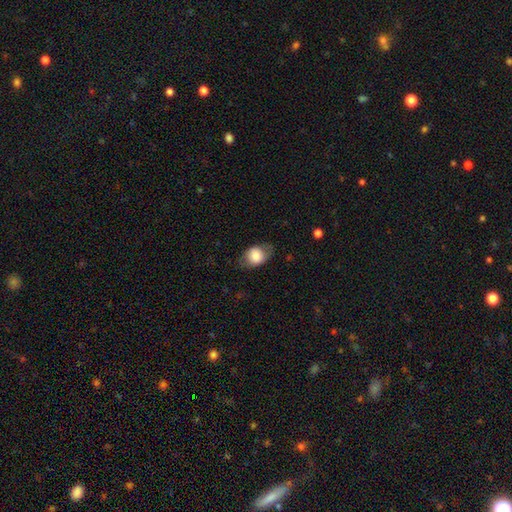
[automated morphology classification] Overall: smooth (75%). How rounded: in between (65%; round 33%). Merging: none (71%).